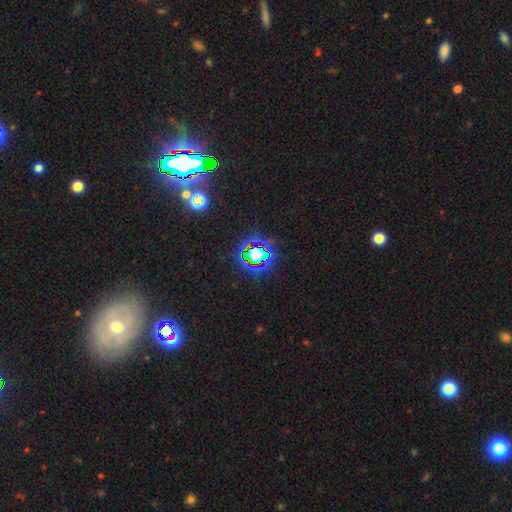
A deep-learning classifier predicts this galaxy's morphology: Smooth or featured? Predicted: star or artifact (p=0.75).